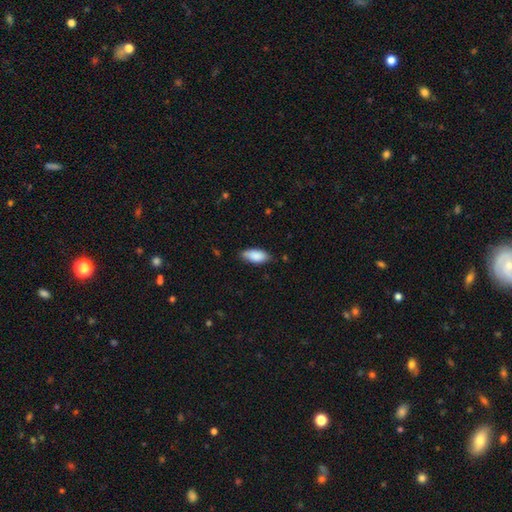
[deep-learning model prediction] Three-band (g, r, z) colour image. It shows a smooth galaxy with no disk features (87%) that is in between round and cigar-shaped (88%). Merging: none (78%).